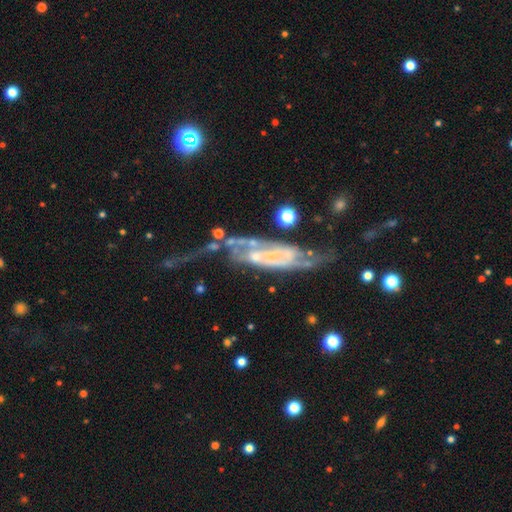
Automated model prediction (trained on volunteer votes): Q: Smooth or featured?
A: featured or disk (75%); runner-up: smooth (16%)
Q: Edge-on disk?
A: no (85%); runner-up: yes (15%)
Q: Bar?
A: no (55%); runner-up: weak (31%)
Q: Spiral arms?
A: yes (72%); runner-up: no (28%)
Q: Bulge size?
A: small (45%); runner-up: none (26%)
Q: Merging?
A: none (37%); runner-up: major disturbance (27%)